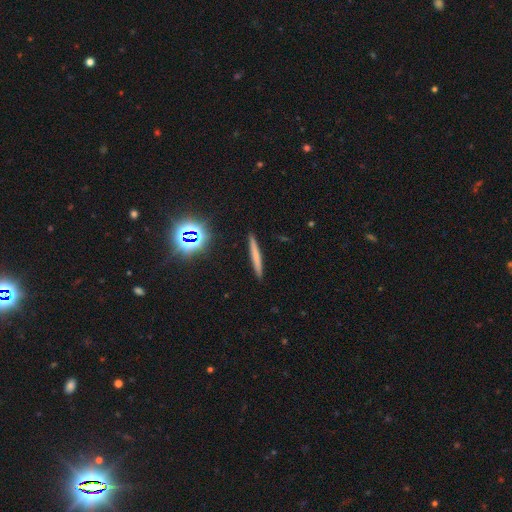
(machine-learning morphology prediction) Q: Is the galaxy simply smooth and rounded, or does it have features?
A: smooth — 56%.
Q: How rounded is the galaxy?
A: cigar-shaped — 95%.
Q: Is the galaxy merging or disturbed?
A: none — 91%.